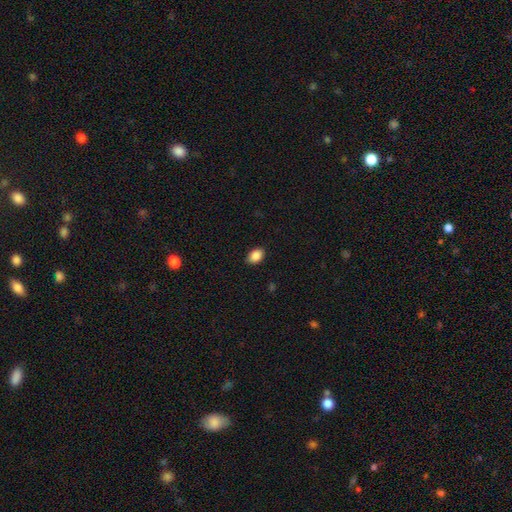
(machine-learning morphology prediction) Smooth or featured? smooth (88%)
How rounded? in between (82%)
Merging? none (87%)